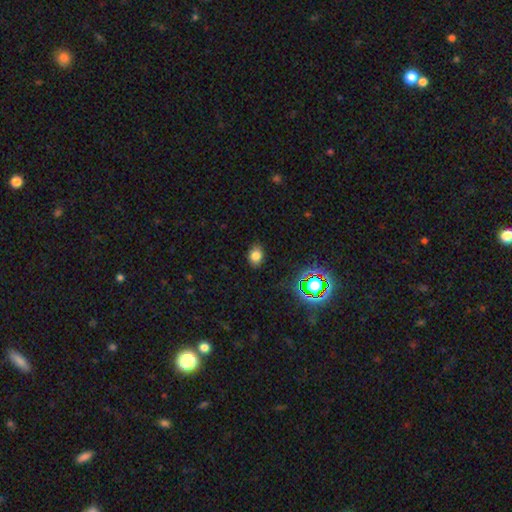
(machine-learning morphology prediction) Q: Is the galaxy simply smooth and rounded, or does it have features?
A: smooth — 77%.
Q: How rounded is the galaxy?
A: in between — 68%.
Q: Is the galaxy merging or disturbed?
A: none — 83%.